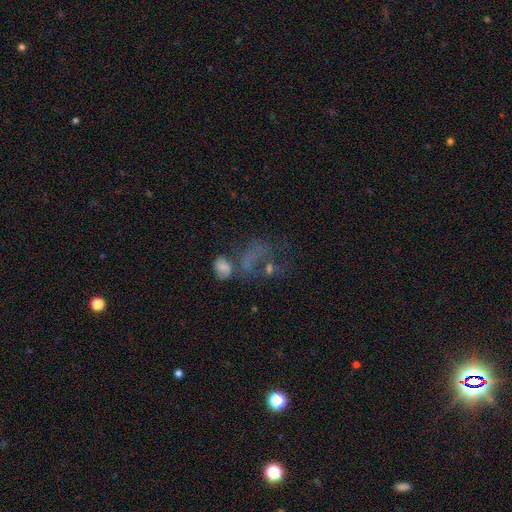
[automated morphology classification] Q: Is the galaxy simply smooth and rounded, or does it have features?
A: featured or disk — 37%.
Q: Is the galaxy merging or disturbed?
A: major disturbance — 30%, tied with none.